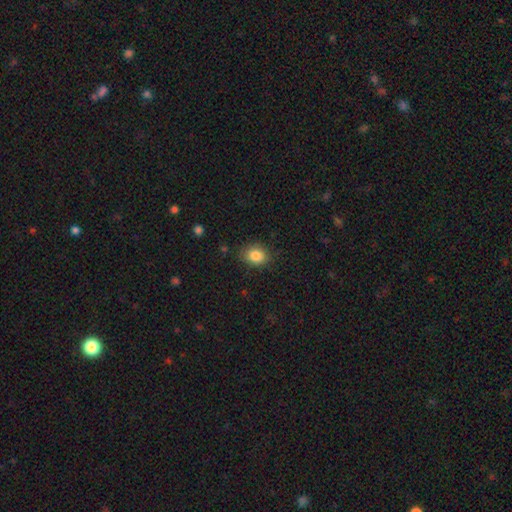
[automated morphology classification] Q: Smooth or featured?
A: smooth (85%); runner-up: star or artifact (9%)
Q: How rounded?
A: in between (59%); runner-up: round (40%)
Q: Merging?
A: none (83%); runner-up: minor disturbance (13%)